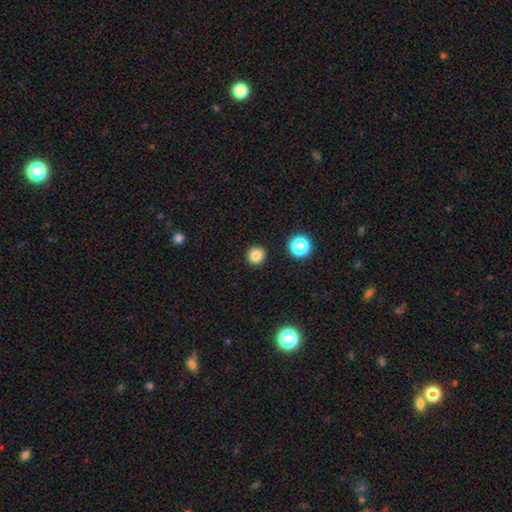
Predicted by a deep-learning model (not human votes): Smooth or featured?
  - smooth: 82% *
  - star or artifact: 13%
  - featured or disk: 5%
How rounded?
  - round: 94% *
  - in between: 5%
  - cigar-shaped: 1%
Merging?
  - none: 92% *
  - minor disturbance: 5%
  - major disturbance: 2%
  - merger: 2%